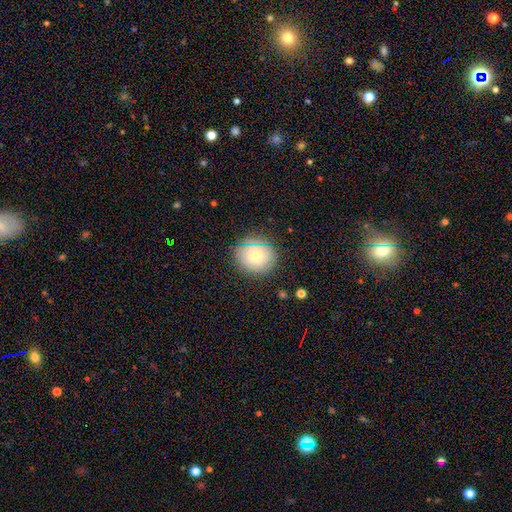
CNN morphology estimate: A smooth galaxy with no disk features (70%) that is round (81%).

Vote fractions:
- Smooth or featured? smooth: 70% / featured or disk: 18% / star or artifact: 12%
- How rounded? round: 81% / in between: 18% / cigar-shaped: 1%
- Merging? none: 84% / minor disturbance: 11% / major disturbance: 3% / merger: 1%